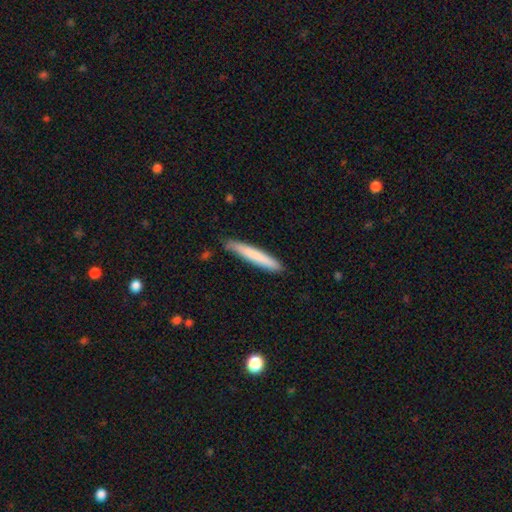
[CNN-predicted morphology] type=smooth (76%); roundness=cigar-shaped (95%); merging=none (83%).